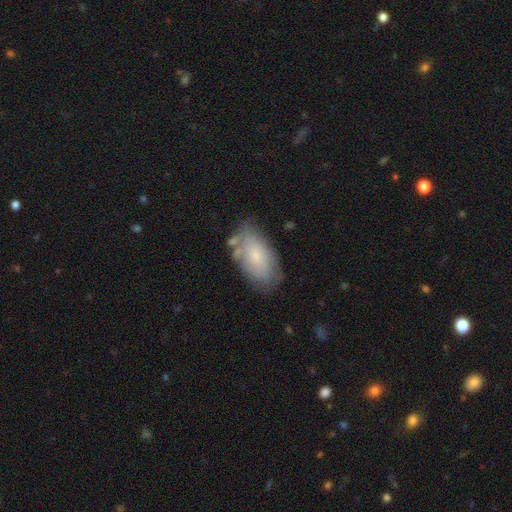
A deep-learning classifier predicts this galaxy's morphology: Q: Smooth or featured?
A: smooth (61%); runner-up: featured or disk (32%)
Q: How rounded?
A: in between (93%); runner-up: round (3%)
Q: Merging?
A: none (66%); runner-up: minor disturbance (22%)